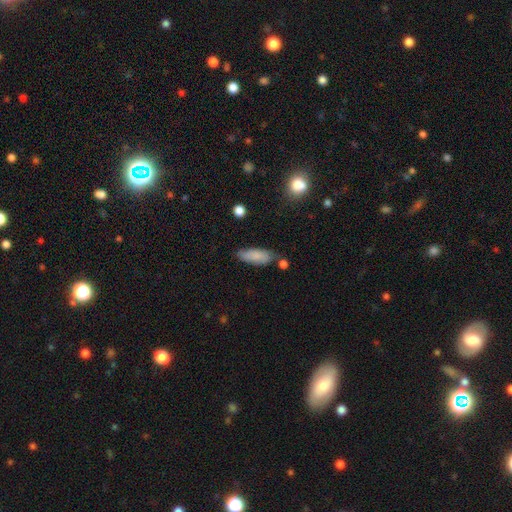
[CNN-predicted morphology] smooth 80%, featured or disk 13%, star or artifact 7%. Down the decision tree: how rounded — in between (71%); merging — none (71%).